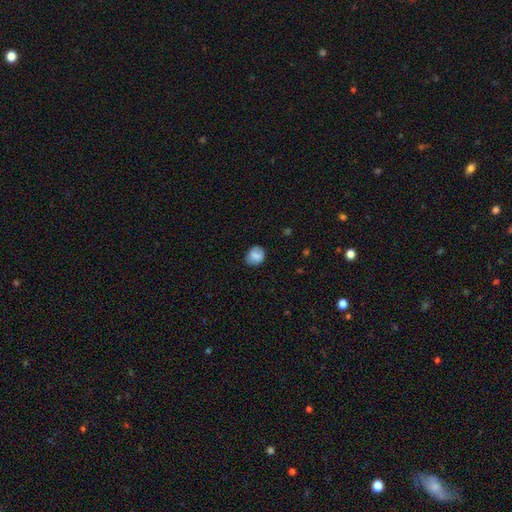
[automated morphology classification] Smooth or featured?
  - smooth: 81% *
  - featured or disk: 11%
  - star or artifact: 8%
How rounded?
  - round: 57% *
  - in between: 42%
  - cigar-shaped: 1%
Merging?
  - none: 75% *
  - minor disturbance: 20%
  - major disturbance: 4%
  - merger: 1%